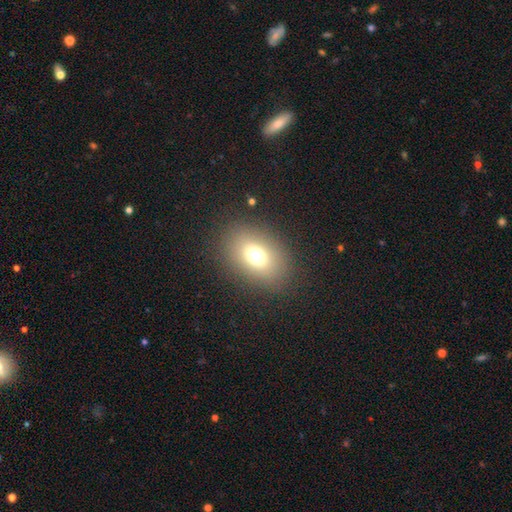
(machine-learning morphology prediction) Smooth or featured: smooth — 73% (star or artifact — 14%)
How rounded: in between — 73% (round — 26%)
Merging: none — 85% (minor disturbance — 9%)